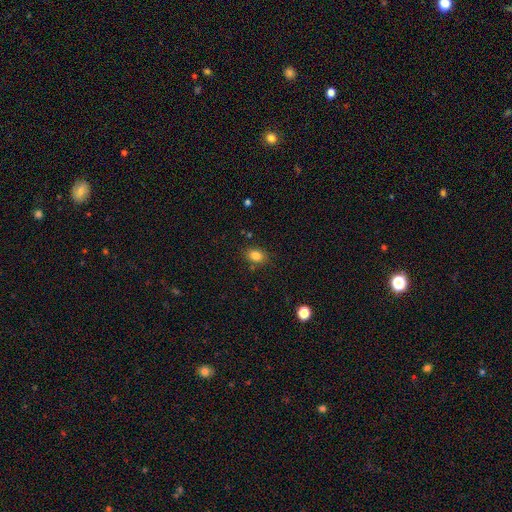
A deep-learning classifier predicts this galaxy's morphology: A smooth galaxy with no disk features (83%) that is in between round and cigar-shaped (66%).

Vote fractions:
- Smooth or featured? smooth: 83% / star or artifact: 11% / featured or disk: 6%
- How rounded? in between: 66% / round: 33% / cigar-shaped: 1%
- Merging? none: 82% / minor disturbance: 12% / merger: 3% / major disturbance: 3%